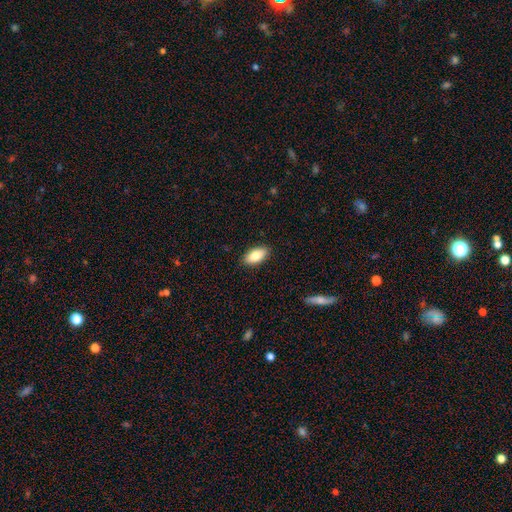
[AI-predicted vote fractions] smooth 86%, featured or disk 8%, star or artifact 6%. Down the decision tree: how rounded — in between (92%); merging — none (89%).